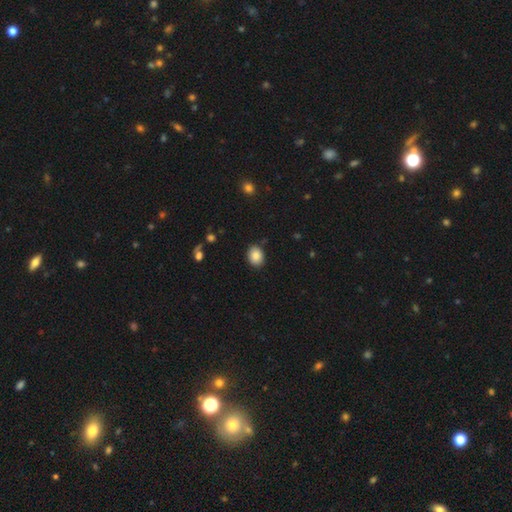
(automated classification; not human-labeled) A smooth galaxy with no disk features (87%) that is in between round and cigar-shaped (59%). Merging: none (86%).